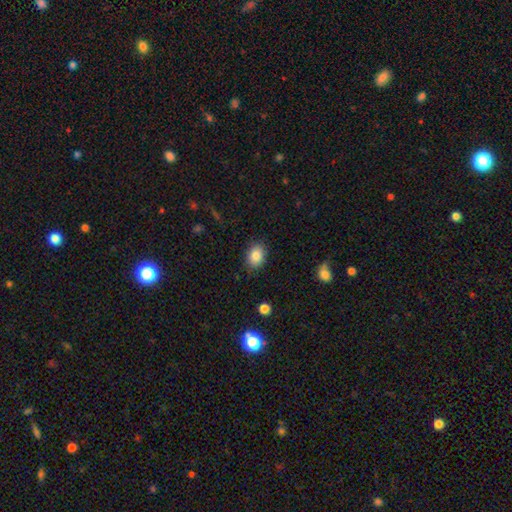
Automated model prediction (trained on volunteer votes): Smooth or featured? Predicted: smooth (p=0.85). How rounded? Predicted: in between (p=0.71). Merging? Predicted: none (p=0.84).